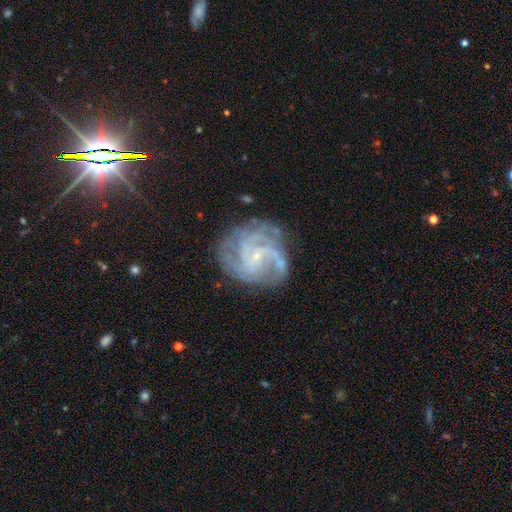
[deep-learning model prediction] Morphology: type=featured or disk (86%); edge-on=no (98%); bar=no (54%); spiral arms=yes (96%); winding=tight (48%); arm count=3 (29%); bulge=small (83%); merging=none (66%).